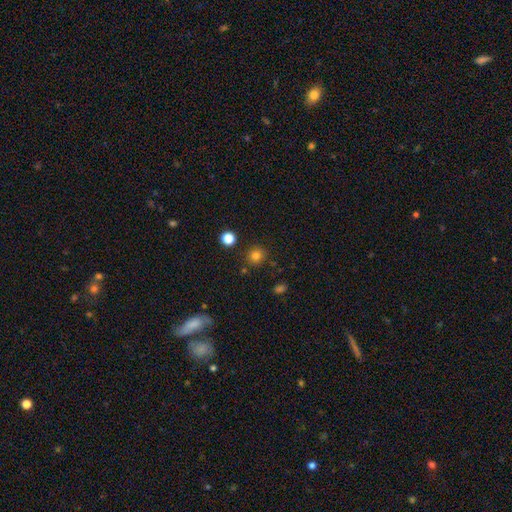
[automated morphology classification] Smooth or featured: smooth — 80% (star or artifact — 14%)
How rounded: round — 90% (in between — 9%)
Merging: none — 83% (minor disturbance — 9%)